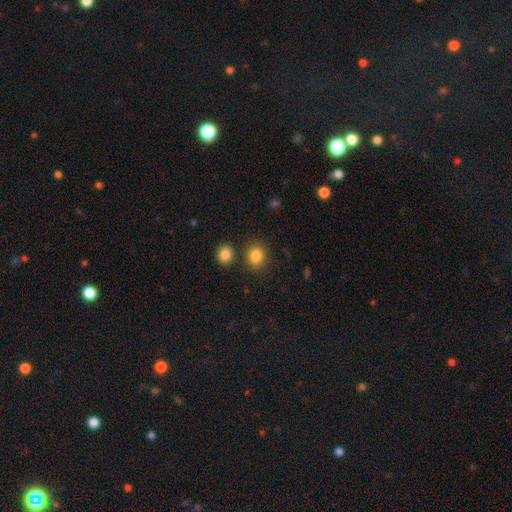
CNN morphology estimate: A smooth galaxy with no disk features (85%) that is round (71%). Merging: none (80%).